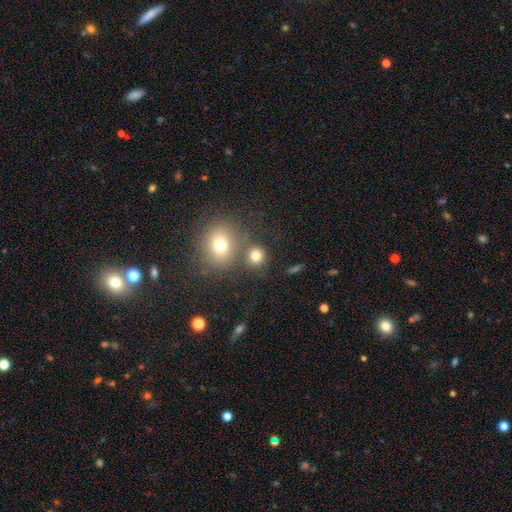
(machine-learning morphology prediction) smooth_or_featured: smooth (p=0.78) [alt: star or artifact p=0.14]
how_rounded: round (p=0.84) [alt: in between p=0.15]
merging: none (p=0.66) [alt: merger p=0.20]